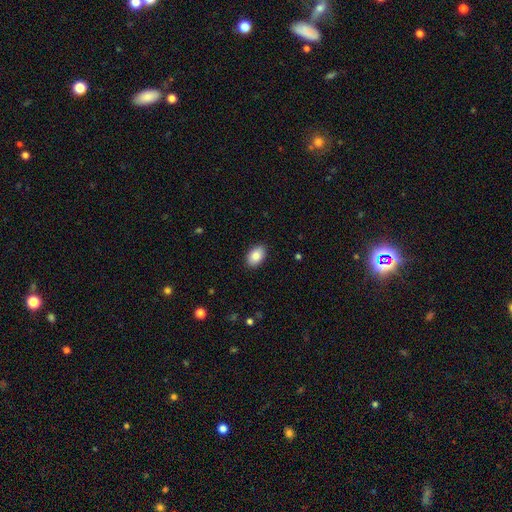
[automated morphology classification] This appears to be a smooth galaxy with no disk features (86%) that is in between round and cigar-shaped (89%). Merging: none (90%).